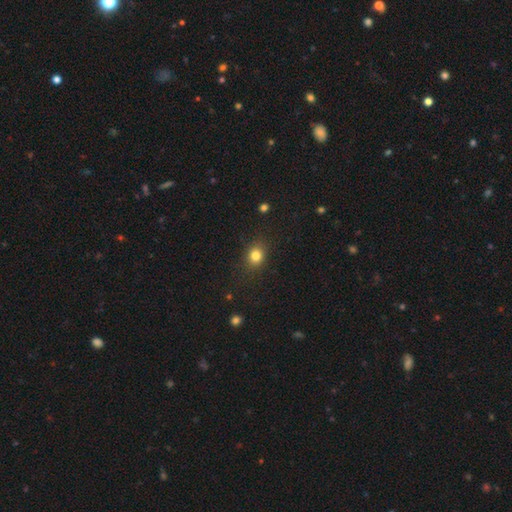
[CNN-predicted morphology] This appears to be a smooth galaxy with no disk features (82%) that is round (62%). Merging: none (84%).